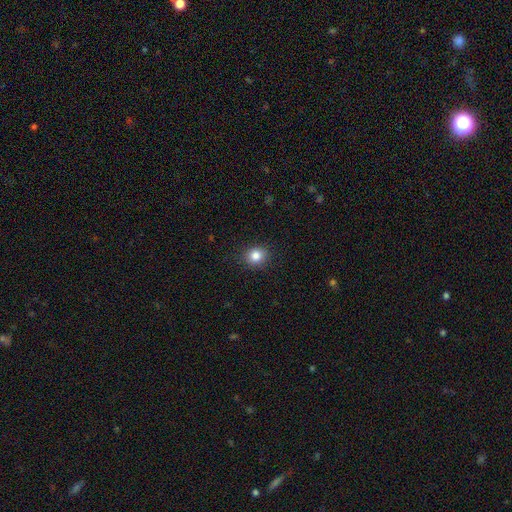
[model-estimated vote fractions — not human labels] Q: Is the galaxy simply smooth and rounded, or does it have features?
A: smooth — 84%.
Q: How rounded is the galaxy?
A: round — 78%.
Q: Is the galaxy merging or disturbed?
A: none — 89%.